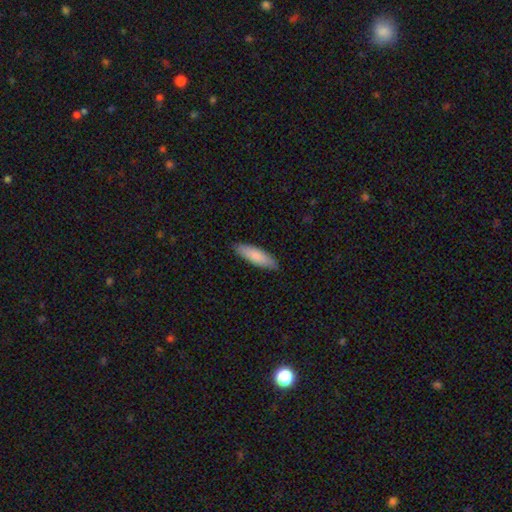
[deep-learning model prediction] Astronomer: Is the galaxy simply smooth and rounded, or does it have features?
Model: smooth — 82%.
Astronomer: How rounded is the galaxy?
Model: cigar-shaped — 57% (runner-up: in between, 41%).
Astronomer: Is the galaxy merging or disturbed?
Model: none — 86%.